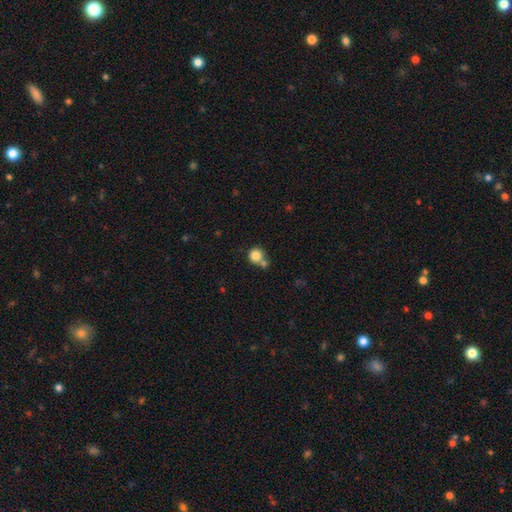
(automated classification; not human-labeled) Smooth or featured? Predicted: smooth (p=0.82). How rounded? Predicted: round (p=0.90). Merging? Predicted: none (p=0.51).